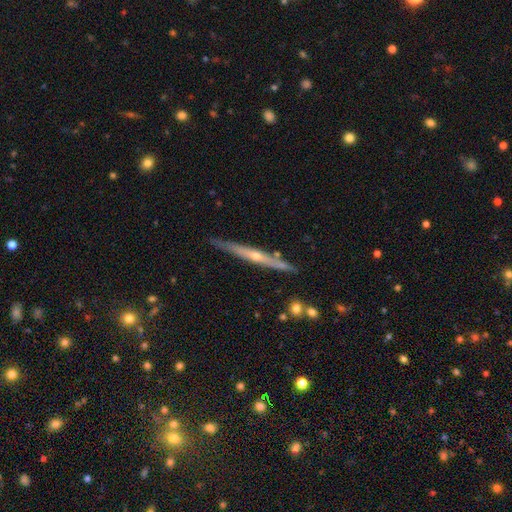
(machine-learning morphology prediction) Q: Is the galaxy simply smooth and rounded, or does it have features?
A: featured or disk — 71%.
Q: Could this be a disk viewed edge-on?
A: yes — 95%.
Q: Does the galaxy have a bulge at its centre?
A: rounded — 68%.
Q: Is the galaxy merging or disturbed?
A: none — 83%.